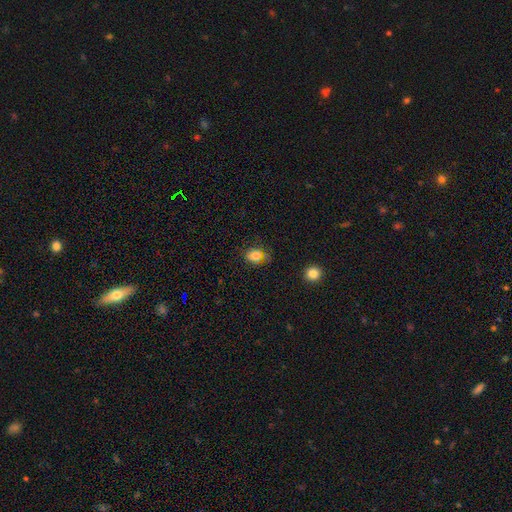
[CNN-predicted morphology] Smooth or featured? Predicted: smooth (p=0.82). How rounded? Predicted: in between (p=0.56). Merging? Predicted: none (p=0.62).